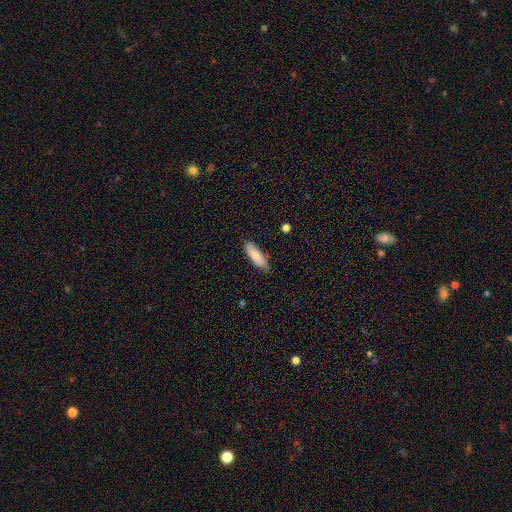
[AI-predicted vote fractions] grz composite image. It shows a smooth galaxy with no disk features (82%) that is in between round and cigar-shaped (51%). Merging: none (80%).